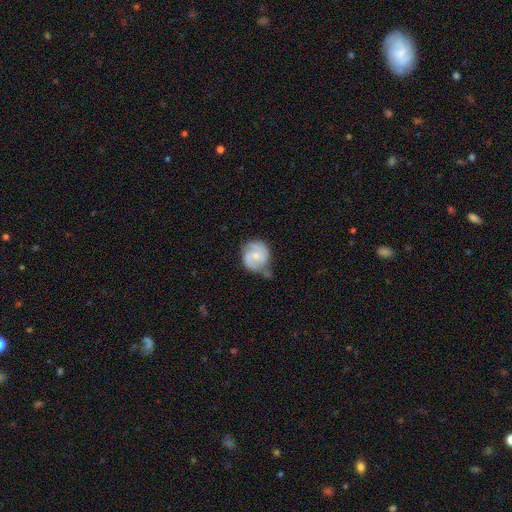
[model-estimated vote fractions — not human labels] A featured or disk galaxy (70%) with no bar (48%), 2 (80%) medium (48%) spiral arms (91%) and a small central bulge (53%).

Vote fractions:
- Smooth or featured? featured or disk: 70% / smooth: 24% / star or artifact: 6%
- Edge-on disk? no: 98% / yes: 2%
- Bar? no: 48% / weak: 43% / strong: 9%
- Spiral arms? yes: 91% / no: 9%
- Spiral winding? medium: 48% / tight: 34% / loose: 18%
- Spiral arm count? 2: 80% / can't tell: 9% / 3: 4% / 1: 4% / 4: 1% / more than 4: 1%
- Bulge size? small: 53% / moderate: 39% / none: 5% / large: 2% / dominant: 1%
- Merging? none: 52% / minor disturbance: 29% / major disturbance: 11% / merger: 9%